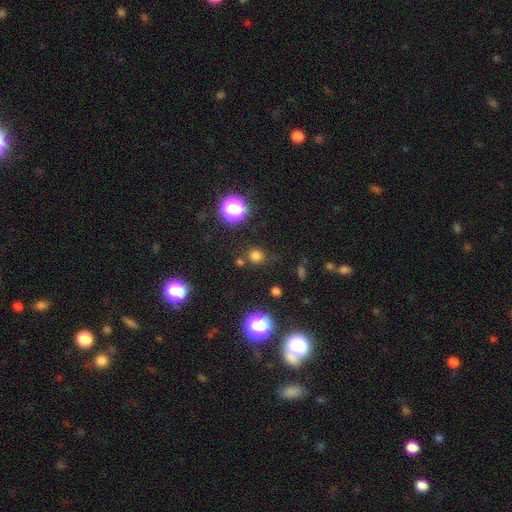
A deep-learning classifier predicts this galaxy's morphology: smooth_or_featured: smooth (p=0.72) [alt: star or artifact p=0.23]
how_rounded: round (p=0.91) [alt: in between p=0.08]
merging: none (p=0.82) [alt: minor disturbance p=0.09]